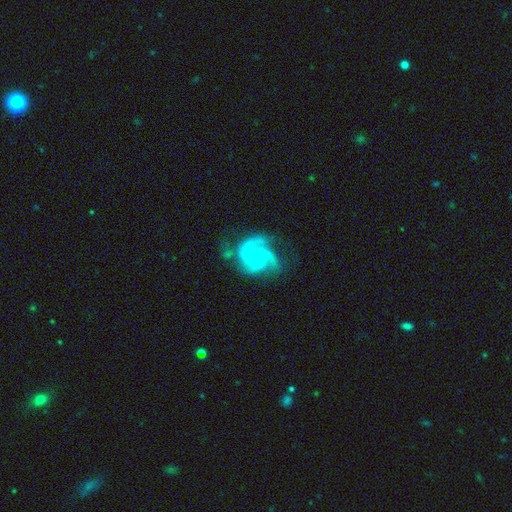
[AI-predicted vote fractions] Smooth or featured? featured or disk (87%)
Edge-on disk? no (98%)
Bar? no (71%)
Spiral arms? yes (97%)
Spiral winding? medium (47%)
Spiral arm count? 3 (62%)
Bulge size? small (69%)
Merging? none (53%)